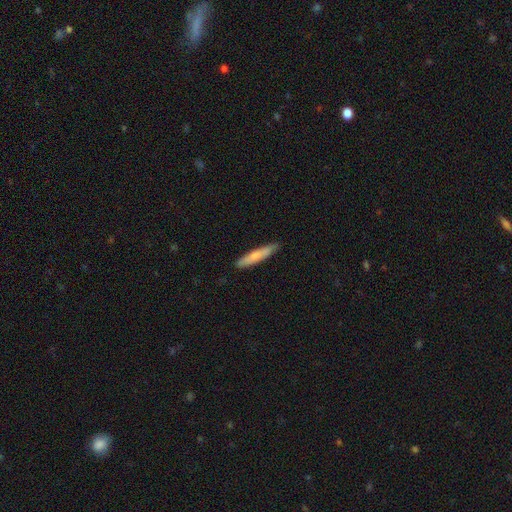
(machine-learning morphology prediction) A smooth galaxy with no disk features (71%) that is cigar-shaped (89%). Merging: none (87%).